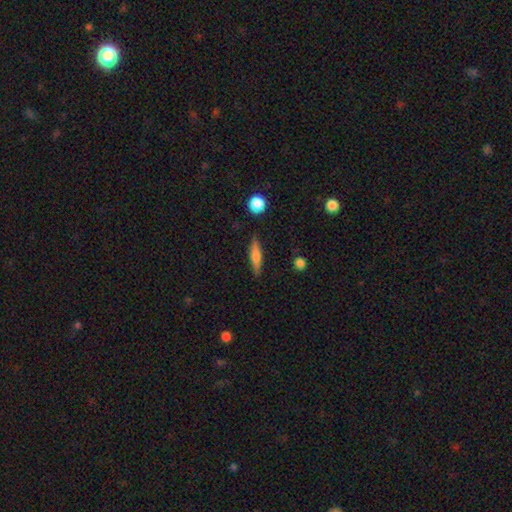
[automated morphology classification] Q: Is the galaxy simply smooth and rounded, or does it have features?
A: smooth — 64%.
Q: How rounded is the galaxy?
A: cigar-shaped — 77%.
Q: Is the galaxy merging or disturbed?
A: none — 86%.